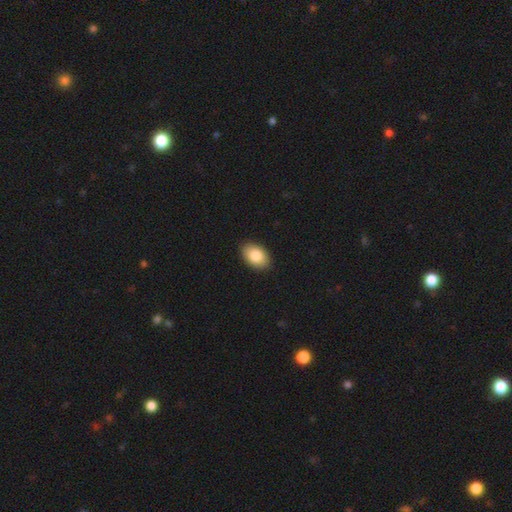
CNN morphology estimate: This appears to be a smooth galaxy with no disk features (85%) that is in between round and cigar-shaped (90%). Merging: none (89%).